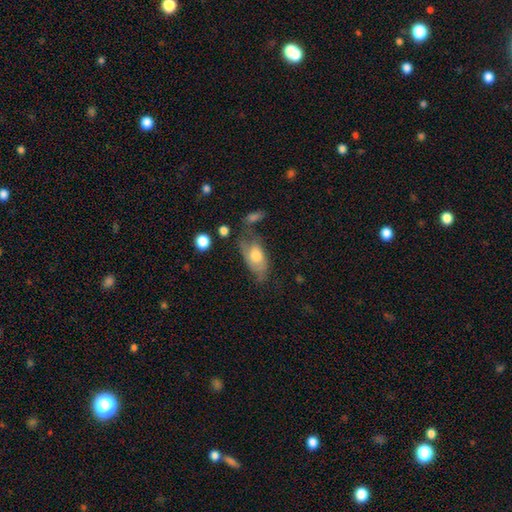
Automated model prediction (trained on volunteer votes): Overall: smooth (51%; featured or disk 41%). How rounded: in between (88%). Merging: none (38%; minor disturbance 30%).